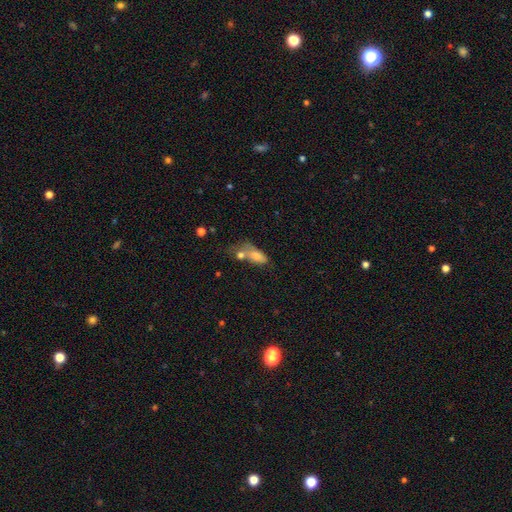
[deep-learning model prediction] This is likely a smooth galaxy (72%). How rounded: clearly in between (81%). Merging: marginally merger (41%).